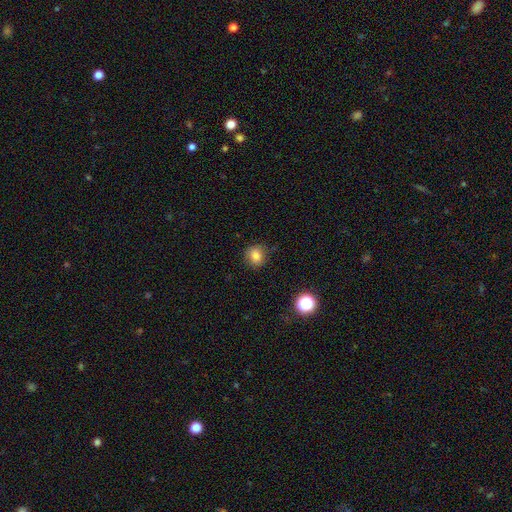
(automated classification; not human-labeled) smooth 81%, star or artifact 12%, featured or disk 7%. Down the decision tree: how rounded — round (81%); merging — none (80%).